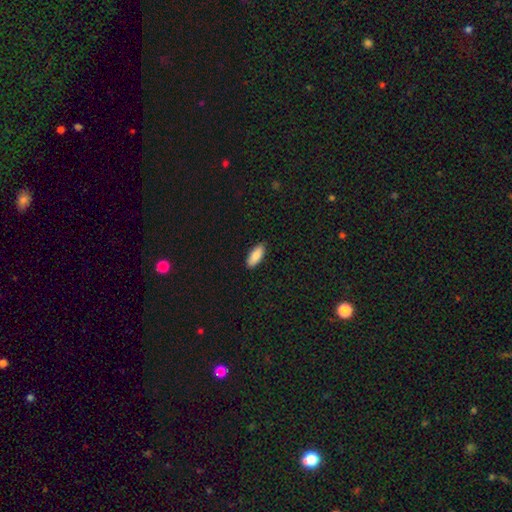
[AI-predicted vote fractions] Smooth or featured? smooth (89%)
How rounded? in between (80%)
Merging? none (89%)